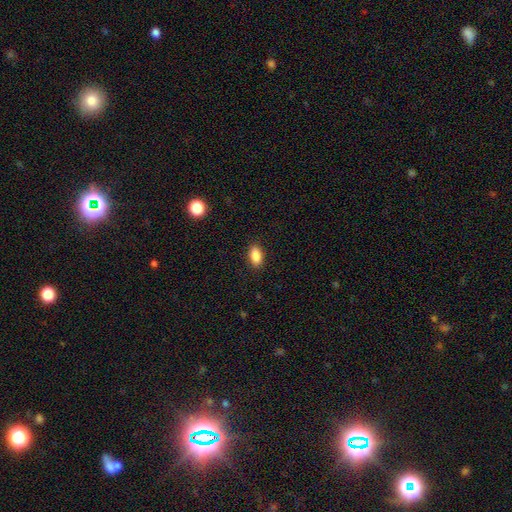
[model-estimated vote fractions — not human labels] smooth-or-featured: smooth: 88% | star or artifact: 8% | featured or disk: 4%
  how-rounded: in between: 90% | round: 6% | cigar-shaped: 4%
  merging: none: 89% | minor disturbance: 8% | major disturbance: 2% | merger: 1%